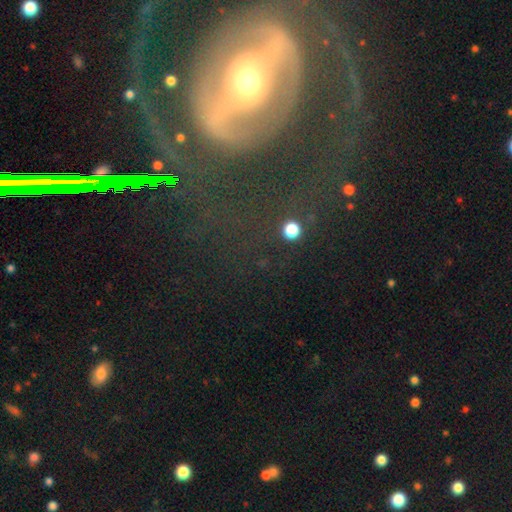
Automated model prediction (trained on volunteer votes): featured or disk 75%, smooth 13%, star or artifact 12%. Down the decision tree: edge-on disk — no (90%); bar — strong (59%); spiral arms — yes (62%); bulge size — moderate (58%); merging — none (66%).